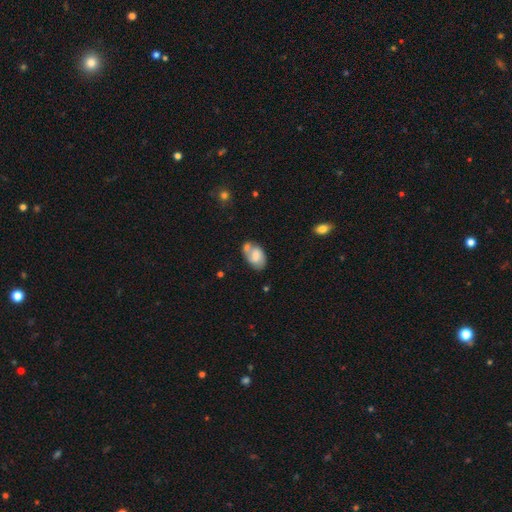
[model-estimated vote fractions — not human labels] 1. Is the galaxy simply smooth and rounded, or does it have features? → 54% smooth, 38% featured or disk, 8% star or artifact.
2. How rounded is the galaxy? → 88% in between, 11% round, 2% cigar-shaped.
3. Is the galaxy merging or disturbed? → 40% none, 33% merger, 20% minor disturbance, 7% major disturbance.